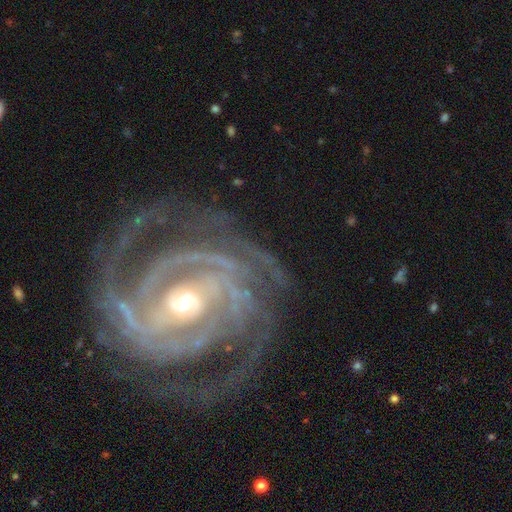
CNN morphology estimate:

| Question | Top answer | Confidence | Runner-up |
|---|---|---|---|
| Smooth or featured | featured or disk | 92% | star or artifact (5%) |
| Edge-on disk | no | 97% | yes (3%) |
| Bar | strong | 40% | weak (31%) |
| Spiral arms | yes | 98% | no (2%) |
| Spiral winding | tight | 71% | medium (25%) |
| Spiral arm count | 2 | 27% | 3 (22%) |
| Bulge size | small | 60% | moderate (35%) |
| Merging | none | 75% | minor disturbance (14%) |